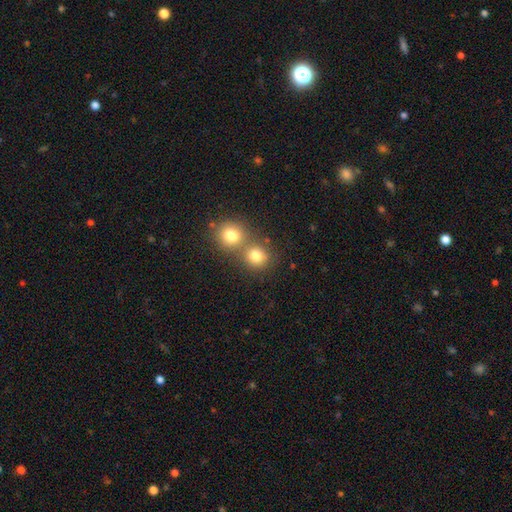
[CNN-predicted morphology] Q: Smooth or featured?
A: smooth (79%); runner-up: star or artifact (13%)
Q: How rounded?
A: round (85%); runner-up: in between (14%)
Q: Merging?
A: none (50%); runner-up: merger (41%)